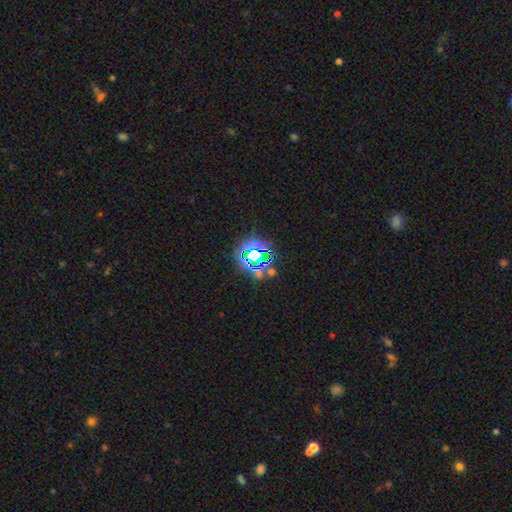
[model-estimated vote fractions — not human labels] This is likely a star or artifact rather than a galaxy (71%).